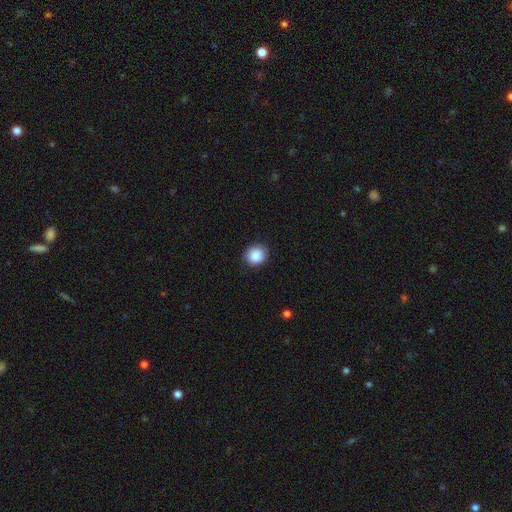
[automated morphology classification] Smooth or featured? Predicted: smooth (p=0.88). How rounded? Predicted: round (p=0.78). Merging? Predicted: none (p=0.86).